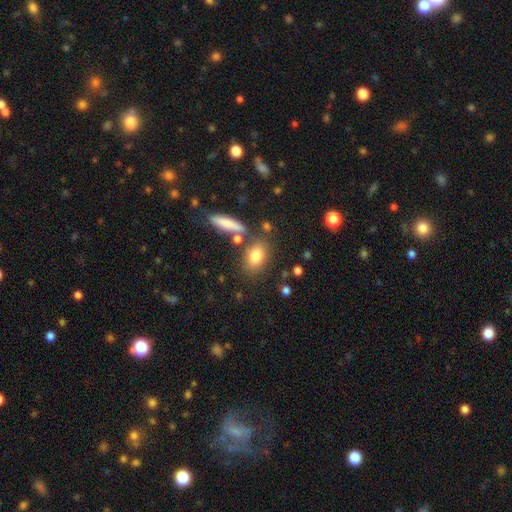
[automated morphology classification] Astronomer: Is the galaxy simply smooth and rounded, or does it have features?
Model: smooth — 80%.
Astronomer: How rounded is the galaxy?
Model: in between — 72%.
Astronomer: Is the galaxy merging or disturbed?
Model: none — 70%.